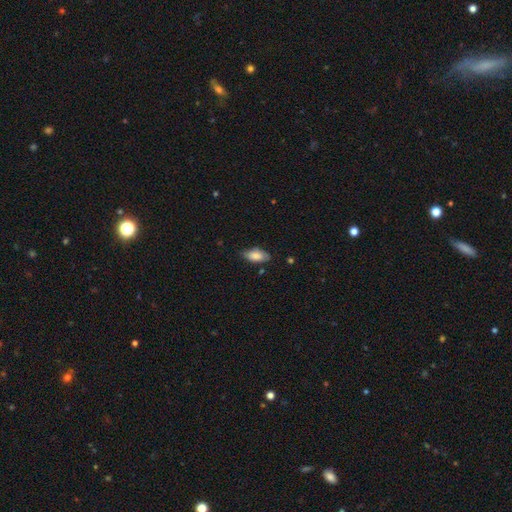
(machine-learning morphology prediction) Q: Smooth or featured?
A: smooth (81%); runner-up: featured or disk (12%)
Q: How rounded?
A: in between (91%); runner-up: cigar-shaped (7%)
Q: Merging?
A: none (72%); runner-up: minor disturbance (23%)